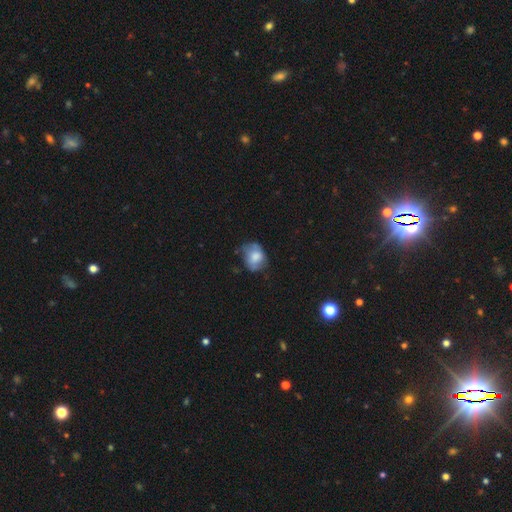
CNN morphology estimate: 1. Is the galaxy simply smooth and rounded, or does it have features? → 66% smooth, 26% featured or disk, 8% star or artifact.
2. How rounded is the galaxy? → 54% in between, 45% round, 1% cigar-shaped.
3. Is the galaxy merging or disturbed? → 50% none, 33% minor disturbance, 14% major disturbance, 2% merger.